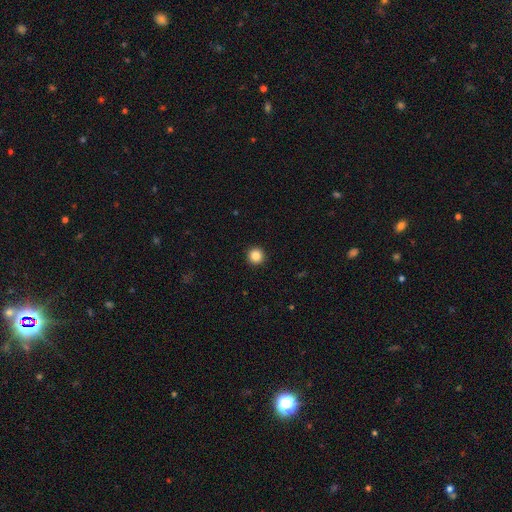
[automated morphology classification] type=smooth (85%); roundness=round (96%); merging=none (94%).